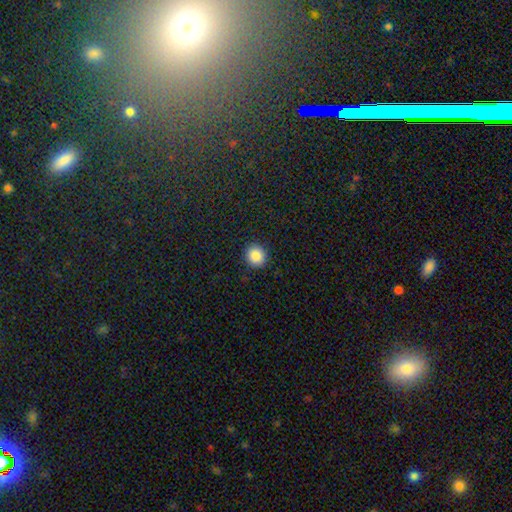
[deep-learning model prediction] smooth 87%, star or artifact 9%, featured or disk 4%. Down the decision tree: how rounded — round (90%); merging — none (92%).